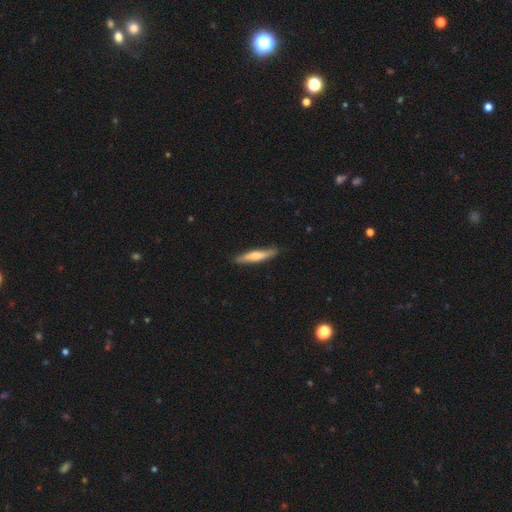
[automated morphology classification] This appears to be a smooth galaxy with no disk features (62%) that is cigar-shaped (88%). Merging: none (84%).